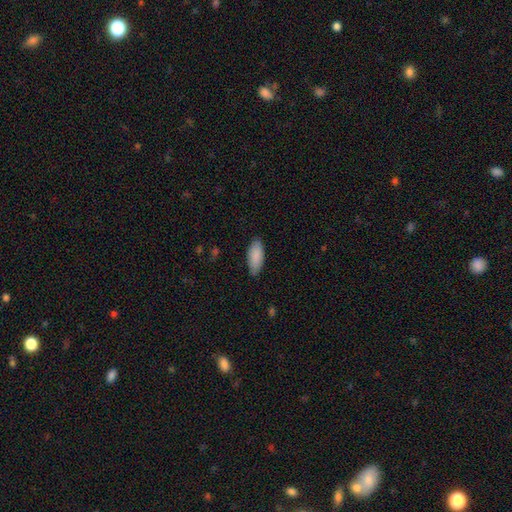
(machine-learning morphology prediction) The model was most divided on "how rounded": in between: 81%, cigar-shaped: 18%, round: 2%. More confident: smooth or featured — smooth (89%); merging — none (83%).